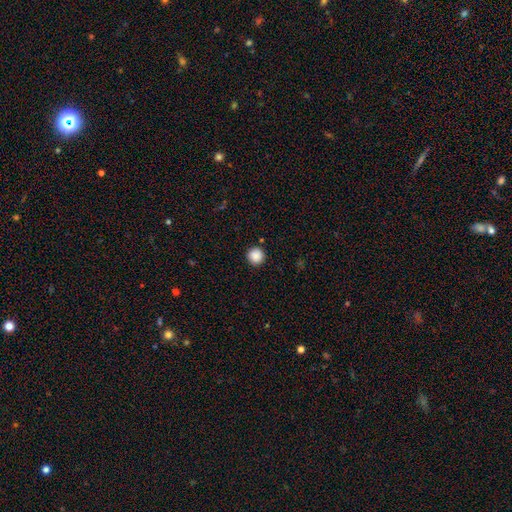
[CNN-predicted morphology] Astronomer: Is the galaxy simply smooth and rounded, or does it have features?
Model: smooth — 88%.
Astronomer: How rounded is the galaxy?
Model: round — 95%.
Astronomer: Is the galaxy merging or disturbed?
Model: none — 91%.